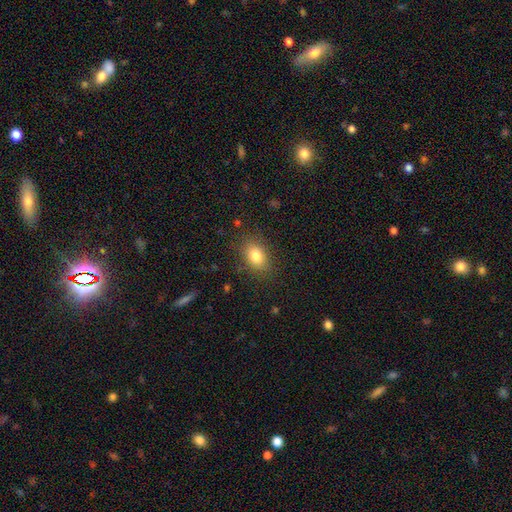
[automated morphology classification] smooth-or-featured: smooth: 81% | star or artifact: 10% | featured or disk: 9%
  how-rounded: in between: 77% | round: 22% | cigar-shaped: 2%
  merging: none: 84% | minor disturbance: 12% | major disturbance: 4% | merger: 1%